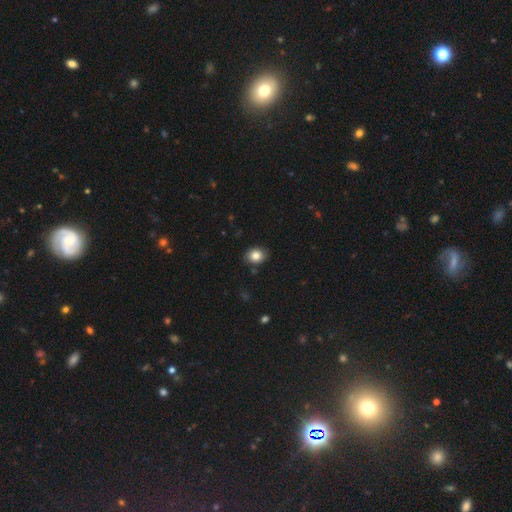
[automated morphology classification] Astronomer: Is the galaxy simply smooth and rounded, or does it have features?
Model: smooth — 84%.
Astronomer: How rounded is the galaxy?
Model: in between — 51% (runner-up: round, 48%).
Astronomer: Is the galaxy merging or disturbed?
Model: none — 86%.